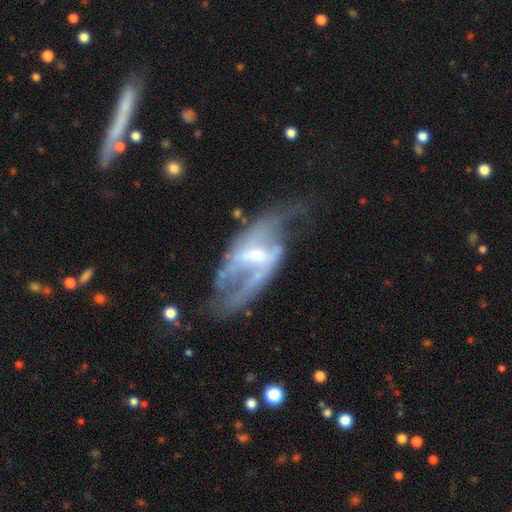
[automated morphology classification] The model was most divided on "bulge size": small: 47%, moderate: 46%, large: 3%, none: 3%, dominant: 1%. Remaining: edge-on disk — no (91%); smooth or featured — featured or disk (83%); spiral arms — yes (83%); spiral arm count — 2 (73%); spiral winding — loose (49%); merging — none (49%); bar — weak (45%).